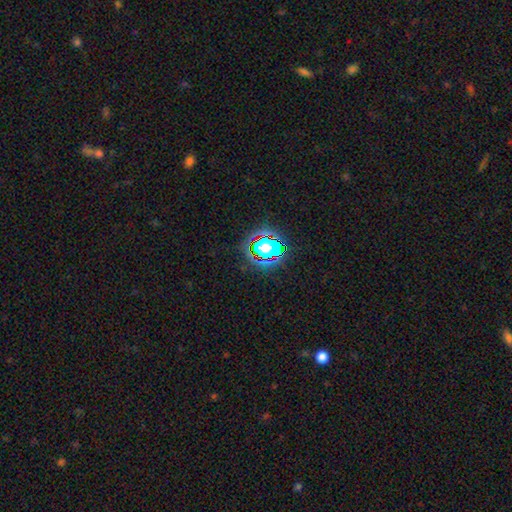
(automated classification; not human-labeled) The model was most divided on "smooth or featured": star or artifact: 78%, smooth: 13%, featured or disk: 8%.